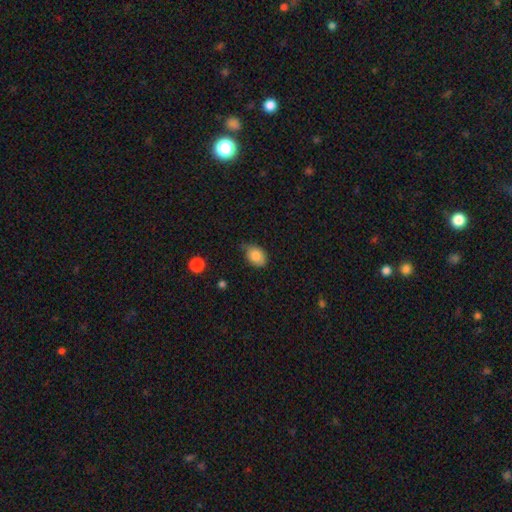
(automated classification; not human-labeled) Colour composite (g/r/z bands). It shows a smooth galaxy with no disk features (84%) that is in between round and cigar-shaped (77%). Merging: none (65%).